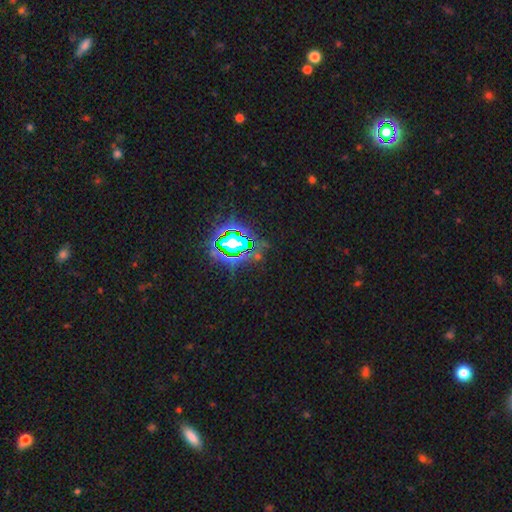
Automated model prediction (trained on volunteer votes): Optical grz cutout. It shows a star or artifact, not a galaxy (78%).